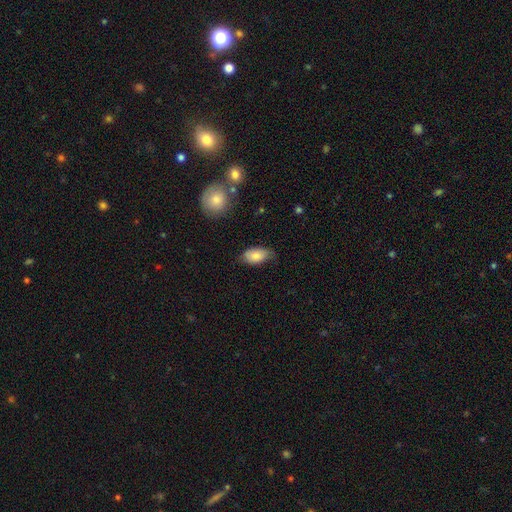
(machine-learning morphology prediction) A smooth galaxy with no disk features (82%) that is in between round and cigar-shaped (93%). Merging: none (67%).